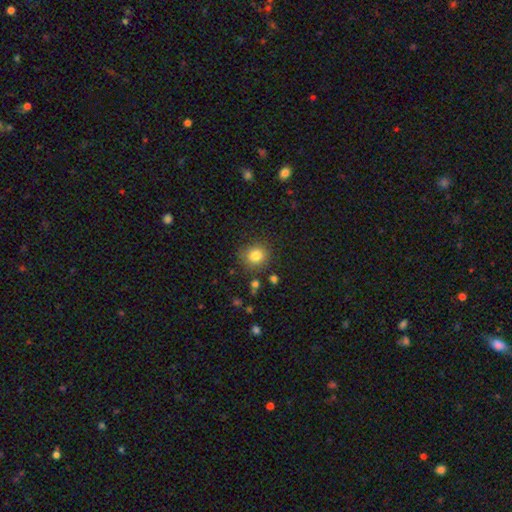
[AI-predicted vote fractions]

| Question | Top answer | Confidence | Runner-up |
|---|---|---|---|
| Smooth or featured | smooth | 81% | star or artifact (12%) |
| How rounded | round | 86% | in between (13%) |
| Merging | none | 82% | minor disturbance (11%) |